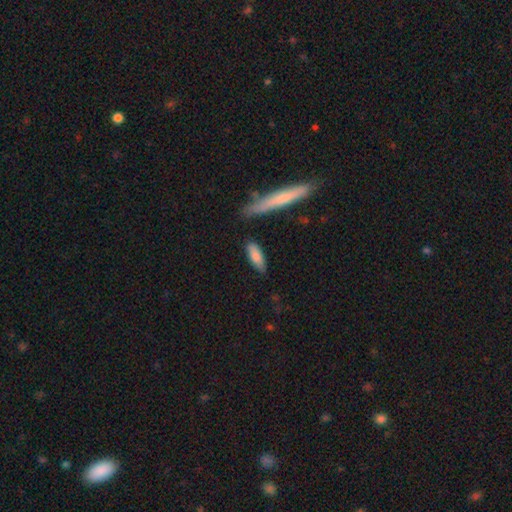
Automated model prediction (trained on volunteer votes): smooth 82%, featured or disk 12%, star or artifact 6%. Down the decision tree: how rounded — in between (57%); merging — none (76%).